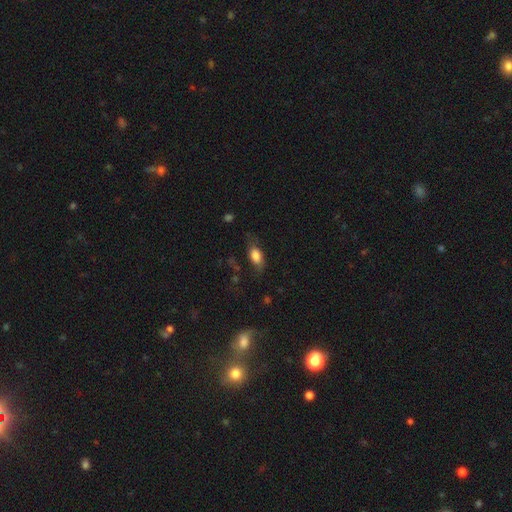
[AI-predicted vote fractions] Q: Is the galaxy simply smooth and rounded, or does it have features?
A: smooth — 76%.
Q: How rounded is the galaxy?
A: in between — 85%.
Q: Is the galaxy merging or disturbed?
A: none — 61%.